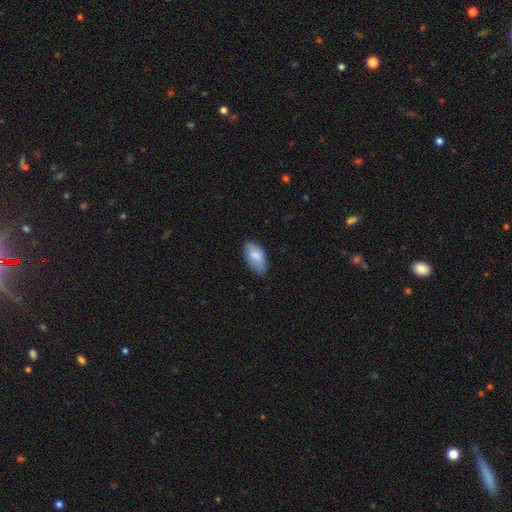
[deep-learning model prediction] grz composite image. It shows a smooth galaxy with no disk features (81%) that is in between round and cigar-shaped (94%). Merging: none (71%).